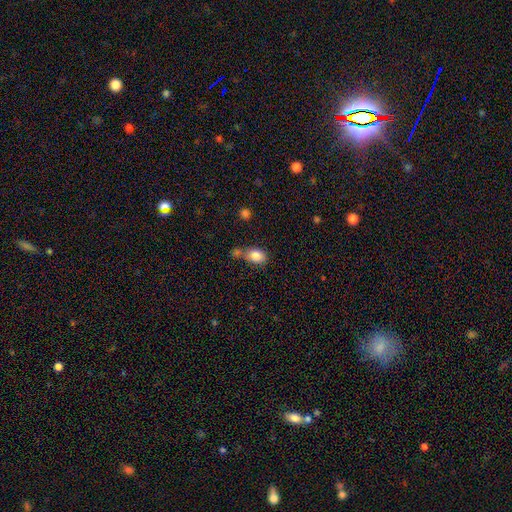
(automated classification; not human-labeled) Overall: smooth (84%). How rounded: in between (67%; round 31%). Merging: none (44%; merger 33%).